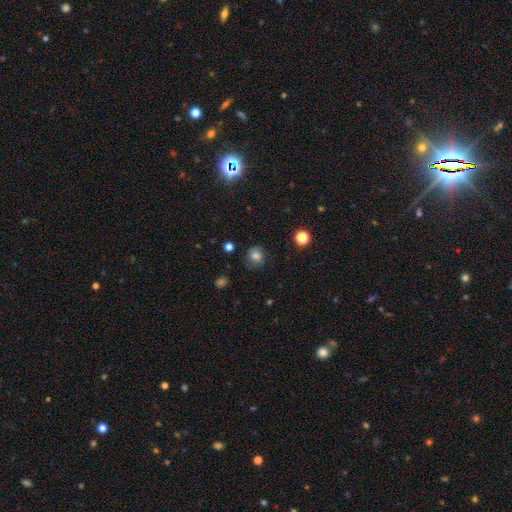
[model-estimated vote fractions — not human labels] Smooth or featured? smooth (75%)
How rounded? round (77%)
Merging? none (72%)